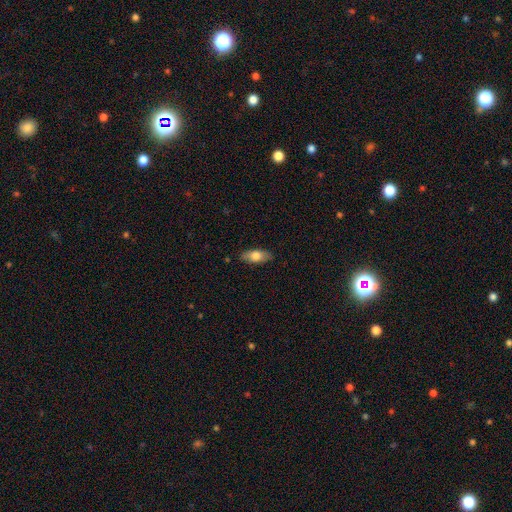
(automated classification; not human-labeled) Smooth or featured: smooth — 73% (featured or disk — 21%)
How rounded: in between — 83% (cigar-shaped — 14%)
Merging: none — 86% (minor disturbance — 11%)